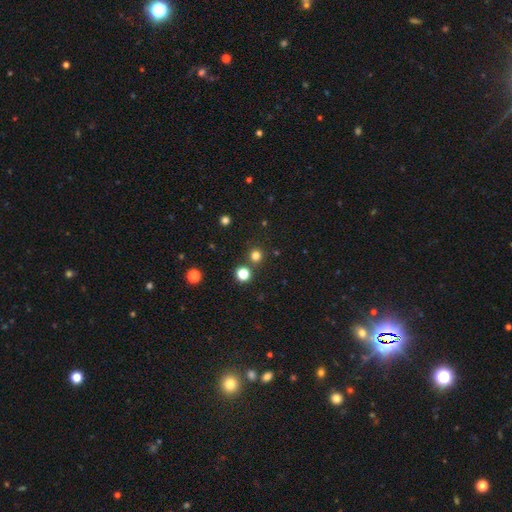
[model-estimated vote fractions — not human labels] Smooth or featured? smooth (76%)
How rounded? round (94%)
Merging? none (84%)